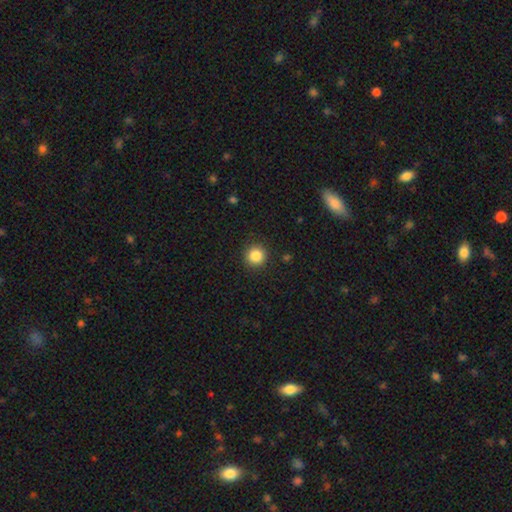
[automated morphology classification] The model was most divided on "smooth or featured": smooth: 86%, star or artifact: 10%, featured or disk: 4%. More confident: how rounded — round (95%); merging — none (91%).